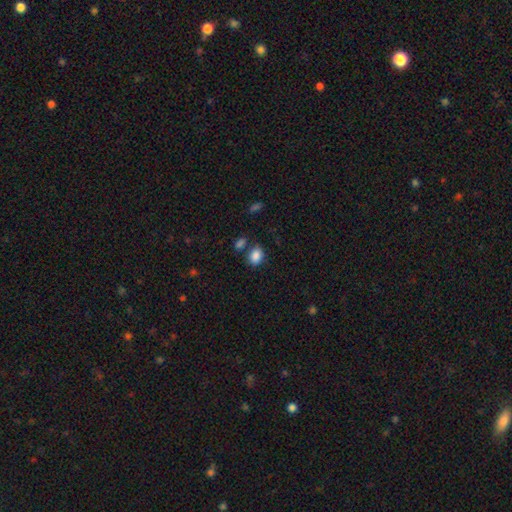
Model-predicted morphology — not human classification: A smooth galaxy with no disk features (87%) that is in between round and cigar-shaped (66%). Merging: none (70%).